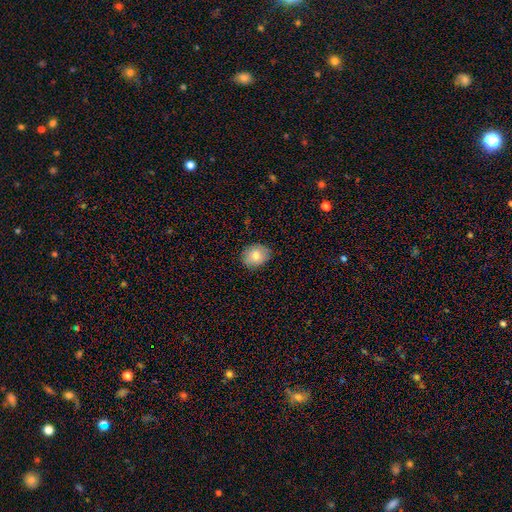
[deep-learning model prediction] Morphology: type=smooth (78%); roundness=in between (52%); merging=none (82%).